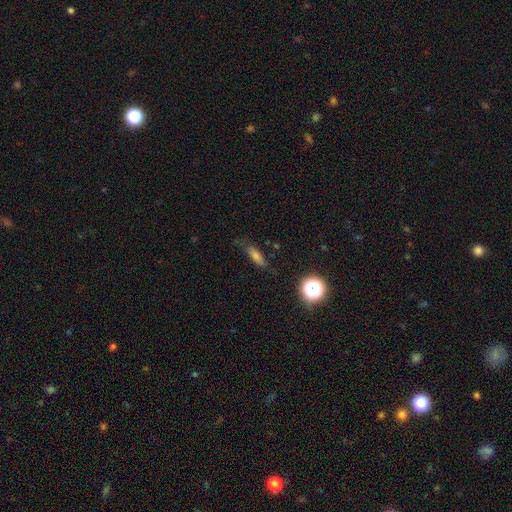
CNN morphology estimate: This is likely a smooth galaxy (67%). How rounded: possibly cigar-shaped (50%). Merging: likely none (67%).